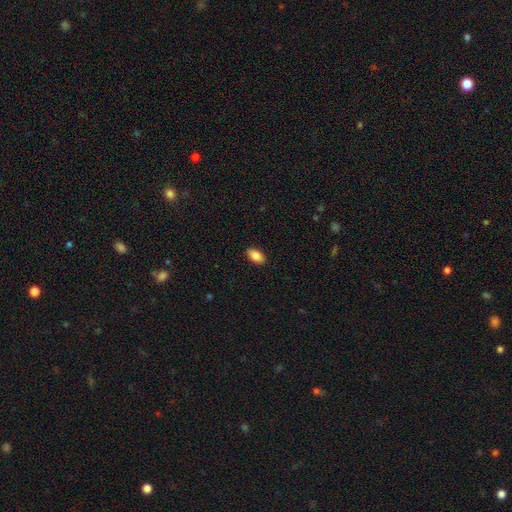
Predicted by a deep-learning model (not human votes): Morphology: type=smooth (87%); roundness=in between (93%); merging=none (89%).